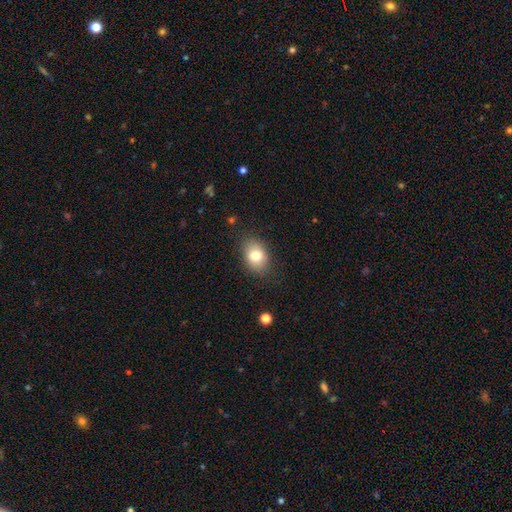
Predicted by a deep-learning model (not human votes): The model was most divided on "how rounded": in between: 72%, round: 27%, cigar-shaped: 1%. More confident: merging — none (81%); smooth or featured — smooth (78%).